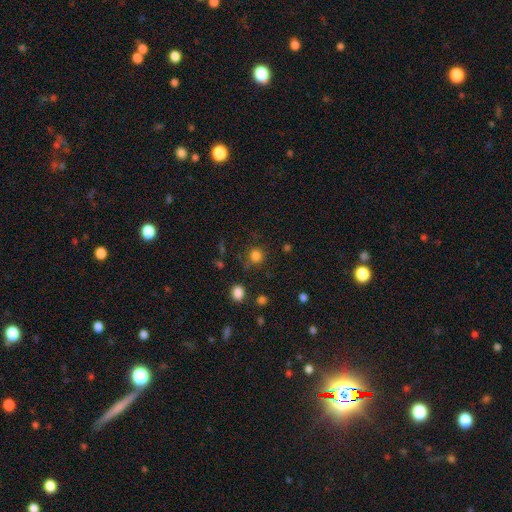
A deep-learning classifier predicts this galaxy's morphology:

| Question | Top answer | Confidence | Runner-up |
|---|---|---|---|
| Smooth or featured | smooth | 81% | star or artifact (15%) |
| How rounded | round | 91% | in between (8%) |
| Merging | none | 80% | minor disturbance (12%) |